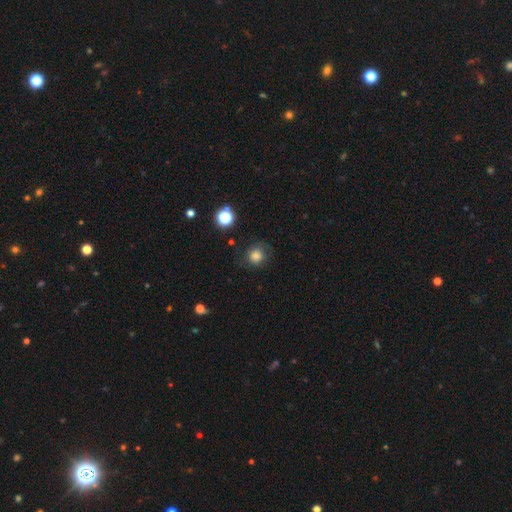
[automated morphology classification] Q: Smooth or featured?
A: smooth (70%); runner-up: featured or disk (17%)
Q: How rounded?
A: round (83%); runner-up: in between (16%)
Q: Merging?
A: none (67%); runner-up: minor disturbance (20%)